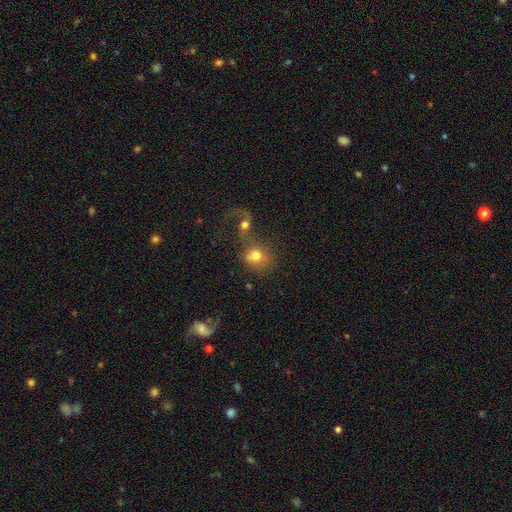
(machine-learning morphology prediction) Smooth or featured? smooth (64%)
How rounded? round (68%)
Merging? merger (54%)